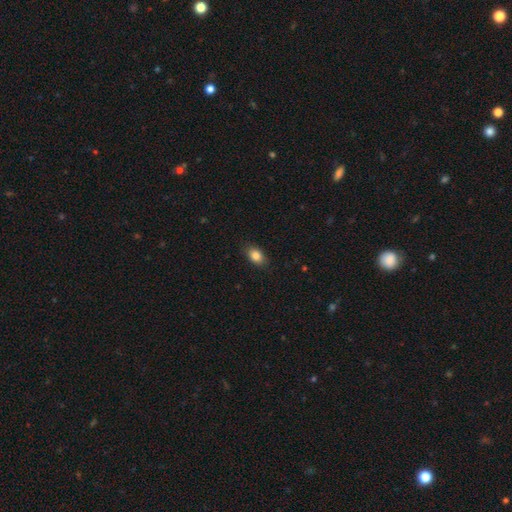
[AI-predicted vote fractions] Morphology: type=smooth (85%); roundness=in between (85%); merging=none (86%).